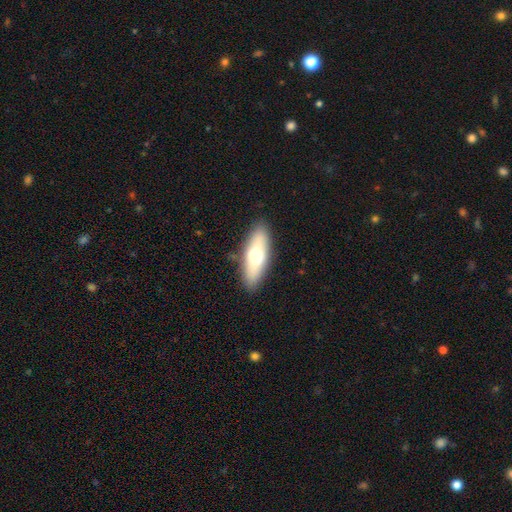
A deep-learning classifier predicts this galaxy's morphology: smooth_or_featured: smooth (p=0.62) [alt: featured or disk p=0.32]
how_rounded: in between (p=0.60) [alt: cigar-shaped p=0.38]
merging: none (p=0.88) [alt: minor disturbance p=0.09]